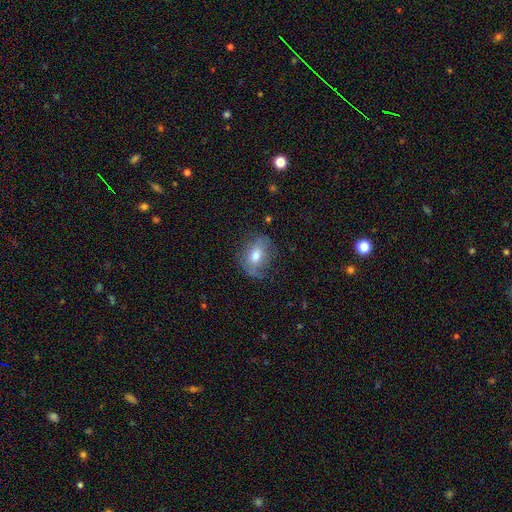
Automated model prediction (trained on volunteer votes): Smooth or featured: smooth — 62% (featured or disk — 30%)
How rounded: in between — 69% (round — 29%)
Merging: none — 62% (minor disturbance — 26%)